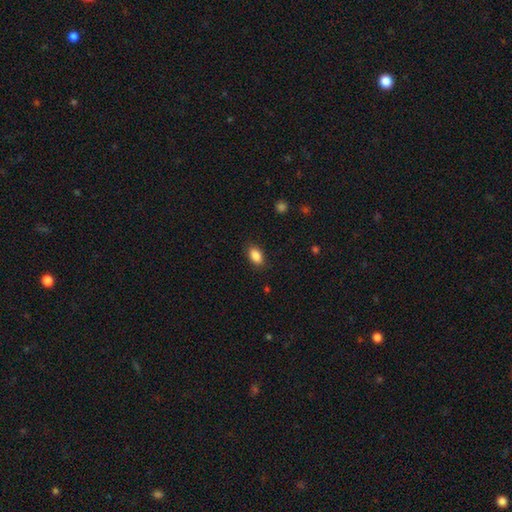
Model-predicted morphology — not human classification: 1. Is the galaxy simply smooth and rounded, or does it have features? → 88% smooth, 8% star or artifact, 4% featured or disk.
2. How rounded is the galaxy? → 89% in between, 9% round, 2% cigar-shaped.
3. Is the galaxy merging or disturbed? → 87% none, 10% minor disturbance, 3% major disturbance, 1% merger.